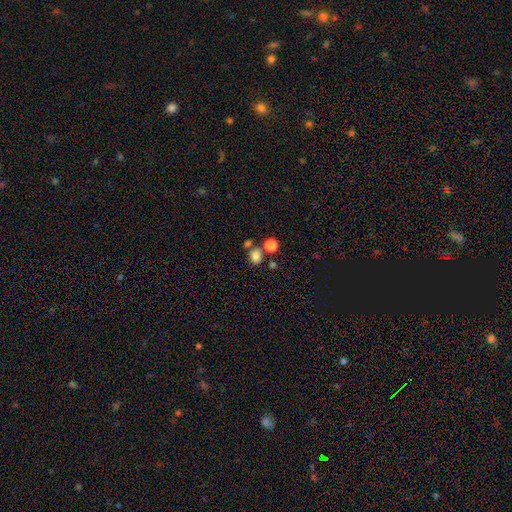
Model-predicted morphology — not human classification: The model was most divided on "how rounded": round: 55%, in between: 44%, cigar-shaped: 1%. More confident: smooth or featured — smooth (80%); merging — none (62%).